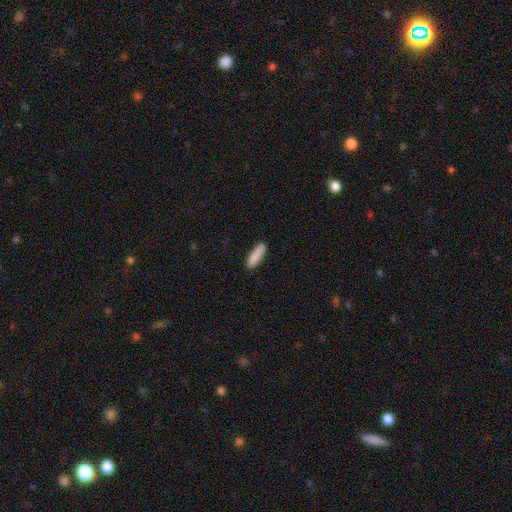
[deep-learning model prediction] Q: Smooth or featured?
A: smooth (88%); runner-up: star or artifact (6%)
Q: How rounded?
A: cigar-shaped (67%); runner-up: in between (31%)
Q: Merging?
A: none (88%); runner-up: minor disturbance (9%)